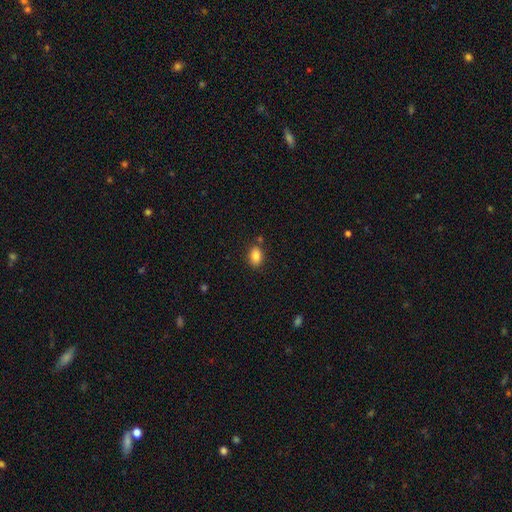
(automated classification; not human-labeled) smooth-or-featured: smooth: 86% | star or artifact: 9% | featured or disk: 5%
  how-rounded: in between: 81% | round: 17% | cigar-shaped: 2%
  merging: none: 80% | minor disturbance: 11% | merger: 6% | major disturbance: 3%